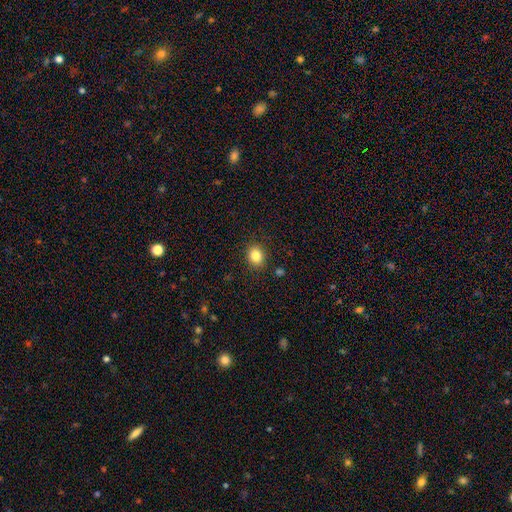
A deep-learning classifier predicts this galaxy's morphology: Smooth or featured?
  - smooth: 83% *
  - star or artifact: 11%
  - featured or disk: 6%
How rounded?
  - round: 58% *
  - in between: 41%
  - cigar-shaped: 1%
Merging?
  - none: 88% *
  - minor disturbance: 8%
  - major disturbance: 2%
  - merger: 1%